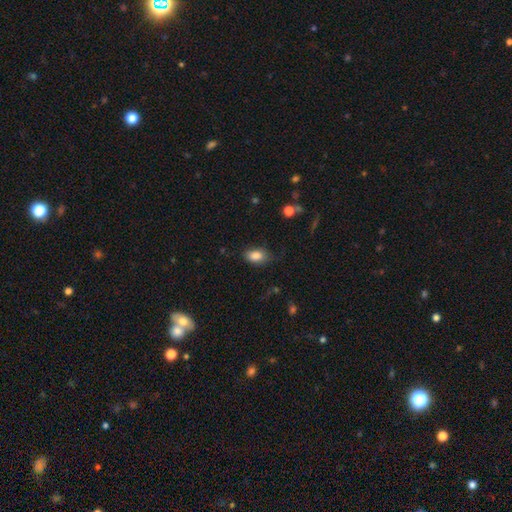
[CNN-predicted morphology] Smooth or featured: smooth — 86% (star or artifact — 8%)
How rounded: in between — 90% (round — 8%)
Merging: none — 73% (minor disturbance — 20%)